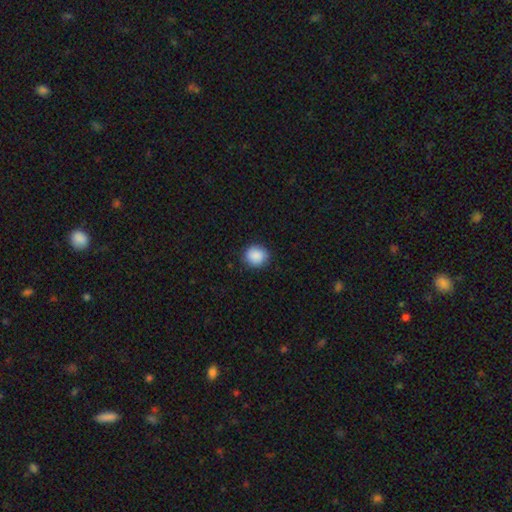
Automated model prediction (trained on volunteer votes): Morphology: type=smooth (89%); roundness=round (87%); merging=none (89%).